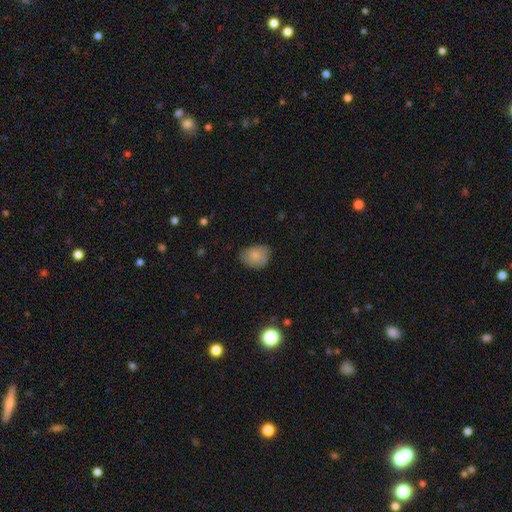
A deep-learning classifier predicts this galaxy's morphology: type=smooth (83%); roundness=in between (58%); merging=none (70%).